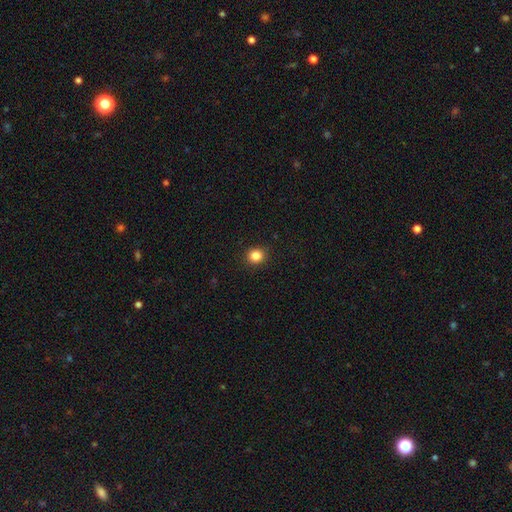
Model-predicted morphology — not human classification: A smooth galaxy with no disk features (85%) that is round (85%).

Vote fractions:
- Smooth or featured? smooth: 85% / star or artifact: 11% / featured or disk: 4%
- How rounded? round: 85% / in between: 14% / cigar-shaped: 1%
- Merging? none: 91% / minor disturbance: 6% / major disturbance: 2% / merger: 1%